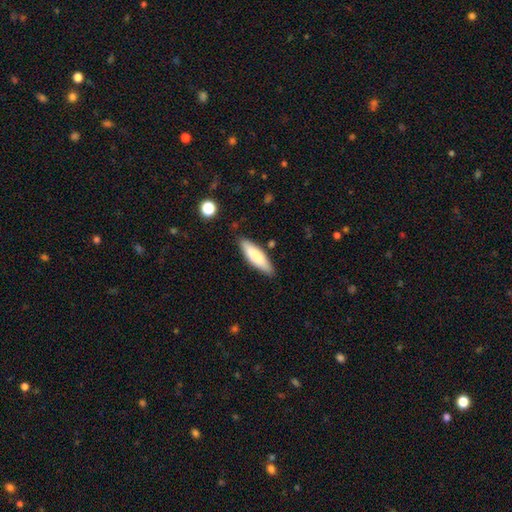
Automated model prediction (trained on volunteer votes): This appears to be a smooth galaxy with no disk features (80%) that is cigar-shaped (60%). Merging: none (82%).